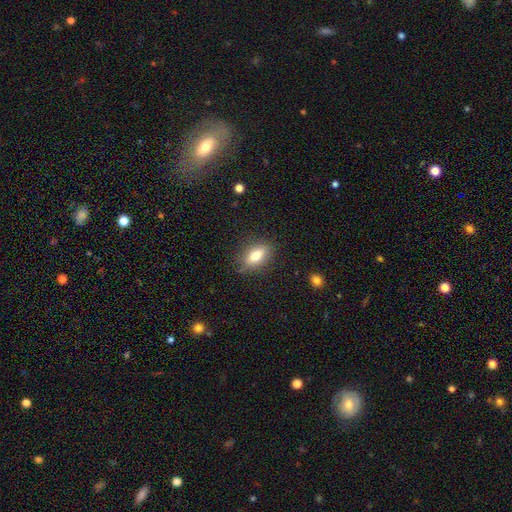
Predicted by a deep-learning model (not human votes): Smooth or featured?
  - smooth: 68% *
  - featured or disk: 24%
  - star or artifact: 8%
How rounded?
  - in between: 77% *
  - cigar-shaped: 16%
  - round: 7%
Merging?
  - none: 82% *
  - minor disturbance: 14%
  - major disturbance: 4%
  - merger: 1%